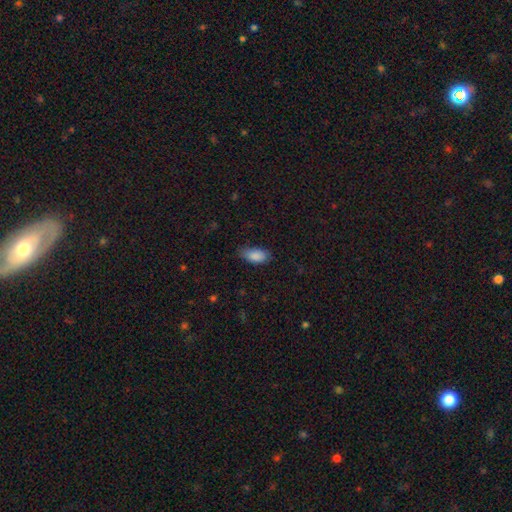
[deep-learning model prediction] This appears to be a smooth galaxy with no disk features (87%) that is in between round and cigar-shaped (91%). Merging: none (67%).